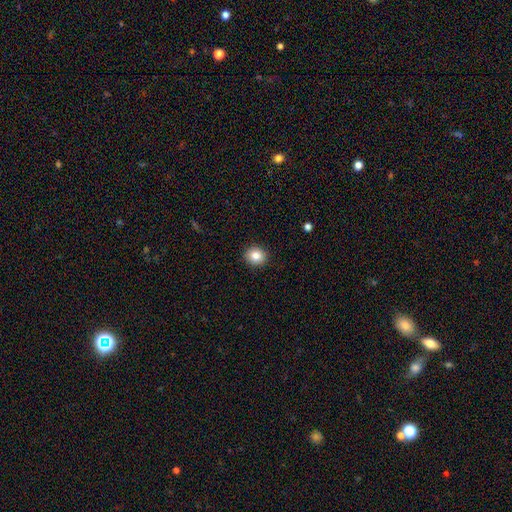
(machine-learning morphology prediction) A smooth galaxy with no disk features (84%) that is round (74%). Merging: none (92%).